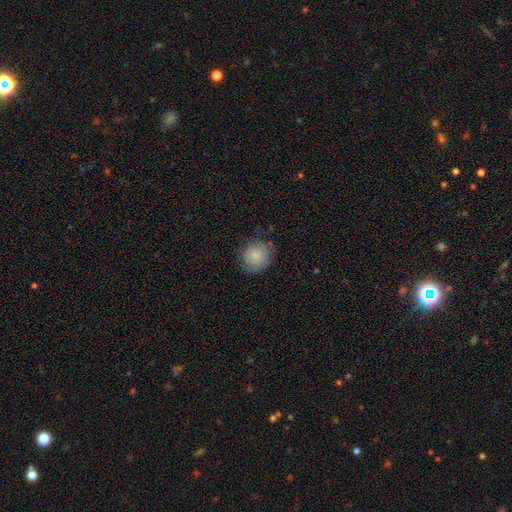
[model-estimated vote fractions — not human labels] smooth-or-featured: smooth: 80% | featured or disk: 13% | star or artifact: 8%
  how-rounded: round: 88% | in between: 11% | cigar-shaped: 1%
  merging: none: 72% | minor disturbance: 21% | major disturbance: 6% | merger: 1%